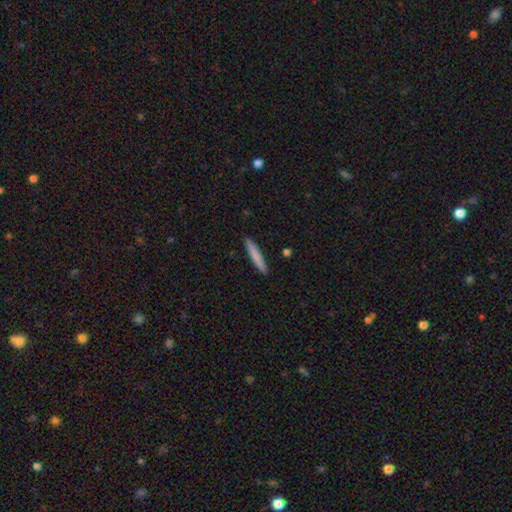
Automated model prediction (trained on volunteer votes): The model was most divided on "smooth or featured": smooth: 79%, featured or disk: 15%, star or artifact: 6%. More confident: how rounded — cigar-shaped (95%); merging — none (92%).